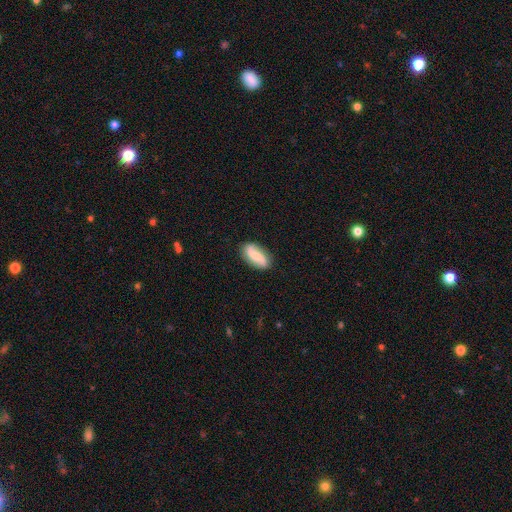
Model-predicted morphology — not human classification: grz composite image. It shows a smooth galaxy with no disk features (52%) that is in between round and cigar-shaped (84%). Merging: none (83%).